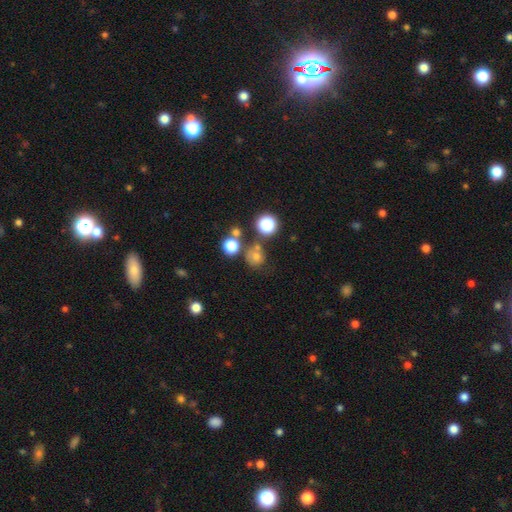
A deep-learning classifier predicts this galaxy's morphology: Q: Smooth or featured?
A: smooth (67%); runner-up: star or artifact (22%)
Q: How rounded?
A: round (85%); runner-up: in between (14%)
Q: Merging?
A: none (61%); runner-up: merger (21%)